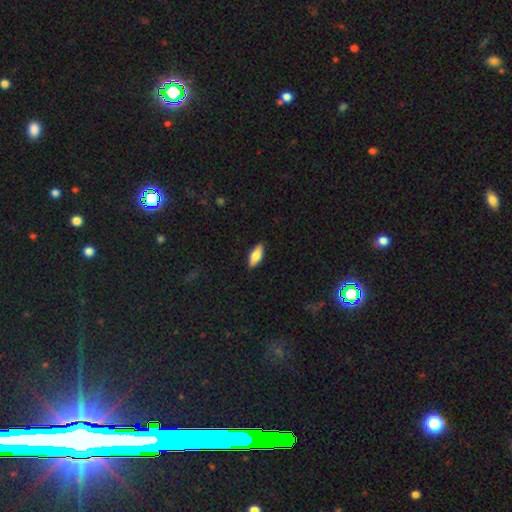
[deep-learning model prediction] smooth 81%, featured or disk 13%, star or artifact 6%. Down the decision tree: how rounded — in between (77%); merging — none (88%).